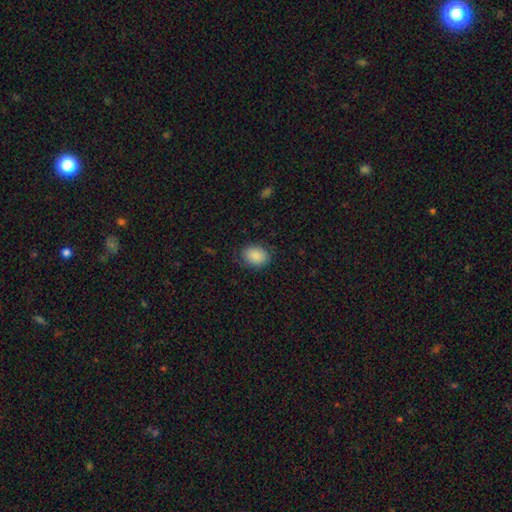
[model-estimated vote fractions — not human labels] Smooth or featured: smooth — 89% (star or artifact — 7%)
How rounded: in between — 68% (round — 31%)
Merging: none — 81% (minor disturbance — 14%)